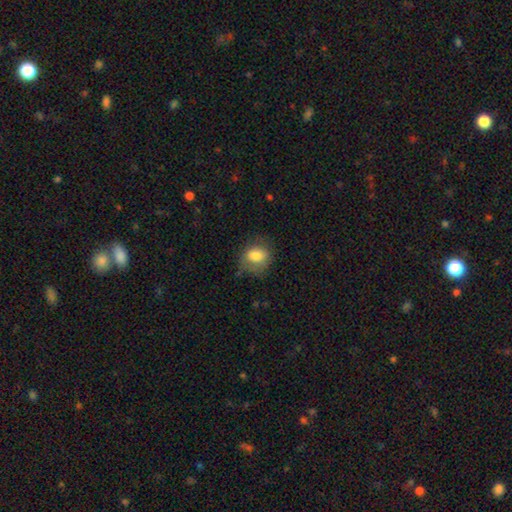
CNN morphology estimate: This appears to be a smooth galaxy with no disk features (78%) that is round (52%). Merging: none (61%).